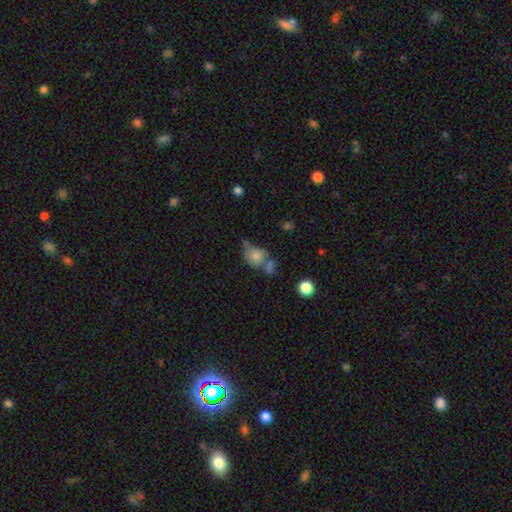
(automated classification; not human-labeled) smooth 73%, featured or disk 16%, star or artifact 11%. Down the decision tree: how rounded — round (50%); merging — none (42%).